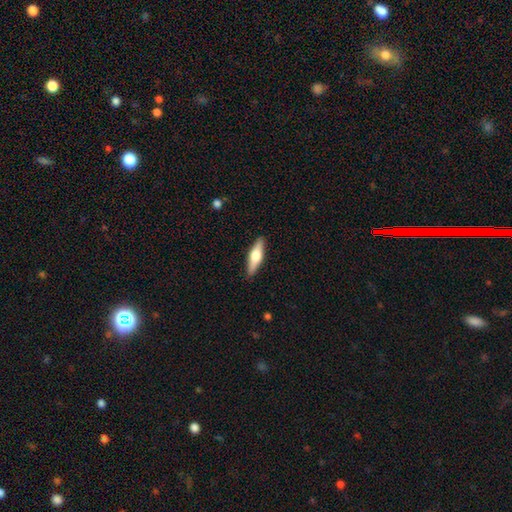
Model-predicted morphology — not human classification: The model was most divided on "smooth or featured": featured or disk: 50%, smooth: 45%, star or artifact: 5%. More confident: merging — none (90%).